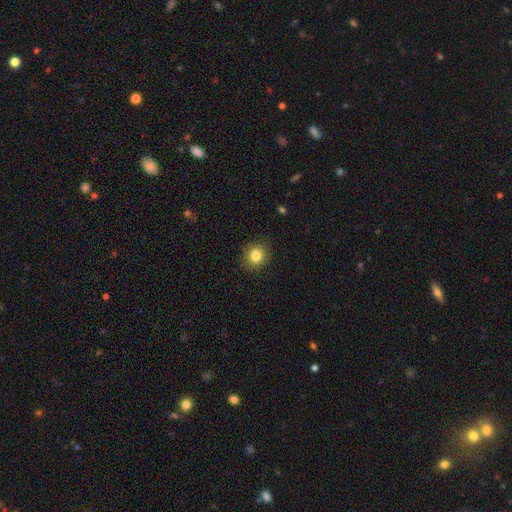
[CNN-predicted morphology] This appears to be a smooth galaxy with no disk features (83%) that is round (89%). Merging: none (90%).